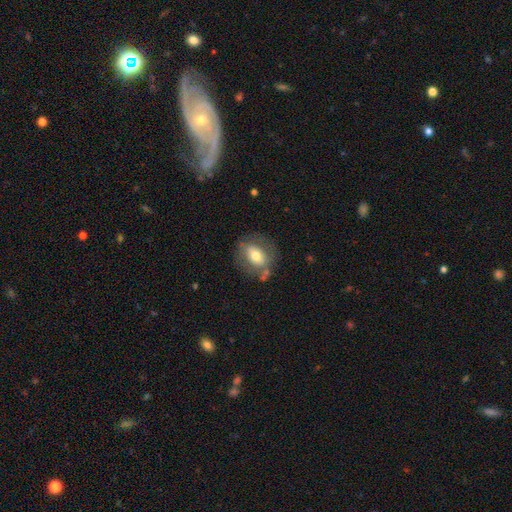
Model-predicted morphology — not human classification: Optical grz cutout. It shows a smooth galaxy with no disk features (60%) that is in between round and cigar-shaped (60%). Merging: none (67%).